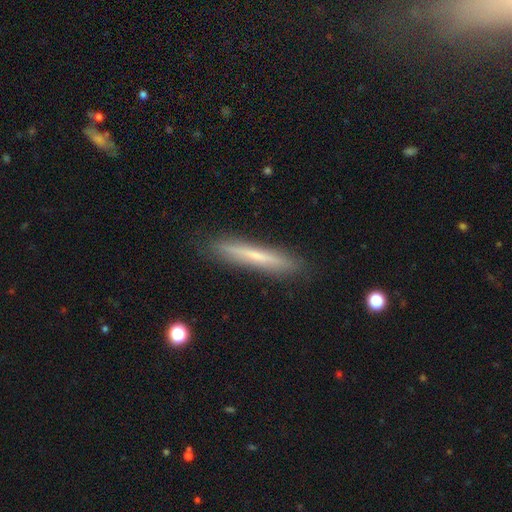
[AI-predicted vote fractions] A smooth galaxy with no disk features (56%) that is cigar-shaped (95%).

Vote fractions:
- Smooth or featured? smooth: 56% / featured or disk: 37% / star or artifact: 7%
- How rounded? cigar-shaped: 95% / in between: 4% / round: 1%
- Merging? none: 88% / minor disturbance: 9% / major disturbance: 2% / merger: 1%